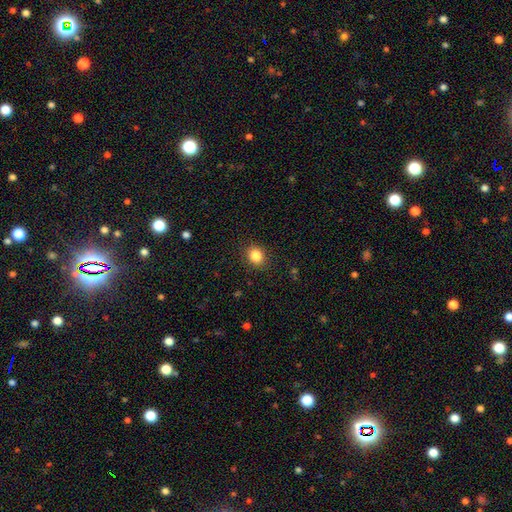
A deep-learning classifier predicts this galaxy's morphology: smooth_or_featured: smooth (p=0.84) [alt: star or artifact p=0.10]
how_rounded: round (p=0.67) [alt: in between p=0.32]
merging: none (p=0.89) [alt: minor disturbance p=0.08]